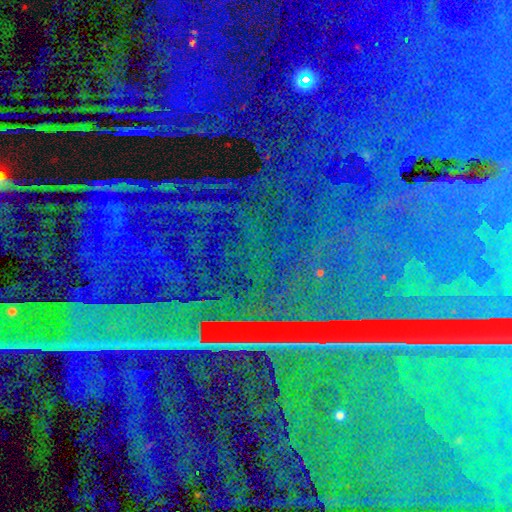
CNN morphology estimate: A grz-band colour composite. It shows a star or artifact, not a galaxy (88%).